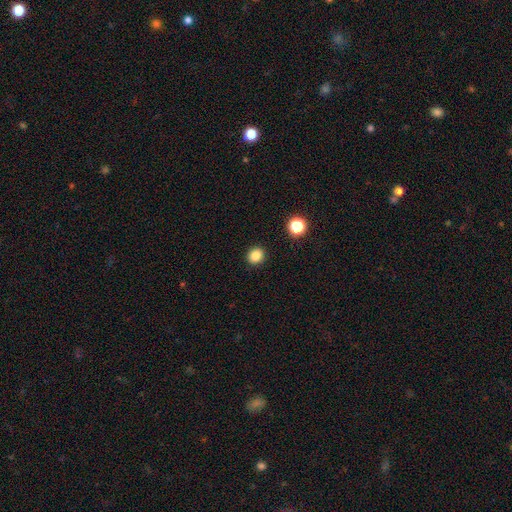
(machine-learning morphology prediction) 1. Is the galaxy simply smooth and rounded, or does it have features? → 84% smooth, 12% star or artifact, 4% featured or disk.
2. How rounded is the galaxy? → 82% round, 17% in between, 1% cigar-shaped.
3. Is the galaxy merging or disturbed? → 91% none, 5% minor disturbance, 2% major disturbance, 1% merger.